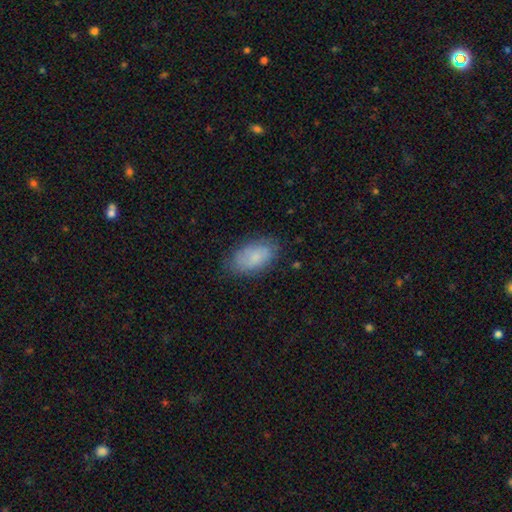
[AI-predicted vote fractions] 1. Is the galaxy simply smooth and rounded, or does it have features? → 76% smooth, 17% featured or disk, 7% star or artifact.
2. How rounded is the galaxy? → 93% in between, 5% round, 2% cigar-shaped.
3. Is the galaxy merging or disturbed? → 74% none, 19% minor disturbance, 5% major disturbance, 1% merger.